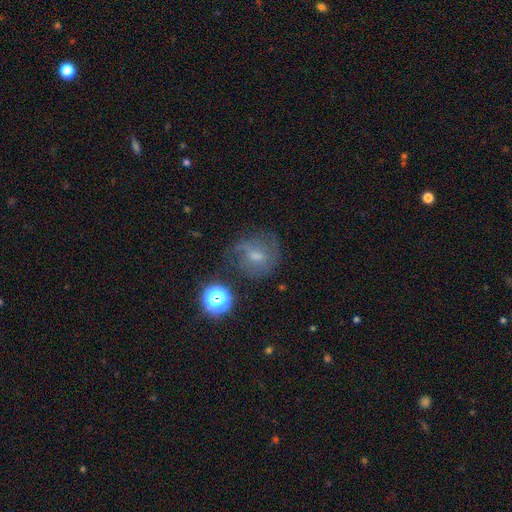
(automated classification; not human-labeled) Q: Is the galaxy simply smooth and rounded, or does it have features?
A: smooth — 43%.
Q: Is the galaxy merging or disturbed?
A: none — 55%.